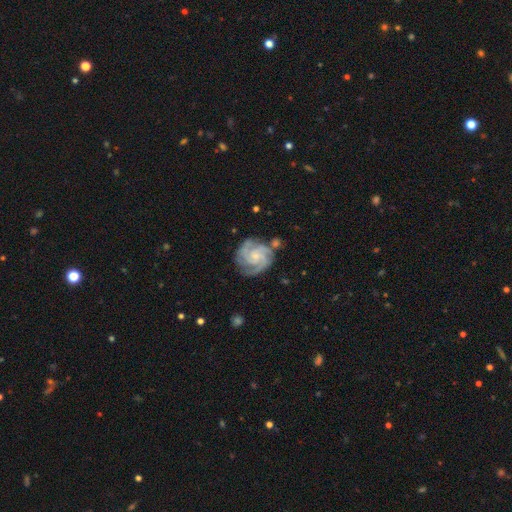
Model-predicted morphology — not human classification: type=featured or disk (88%); edge-on=no (98%); bar=no (67%); spiral arms=yes (98%); winding=tight (64%); arm count=3 (50%); bulge=small (65%); merging=none (71%).